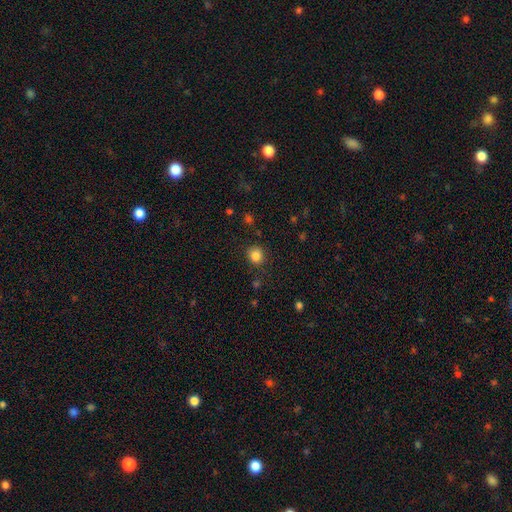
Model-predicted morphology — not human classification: Smooth or featured? Predicted: smooth (p=0.84). How rounded? Predicted: round (p=0.85). Merging? Predicted: none (p=0.86).